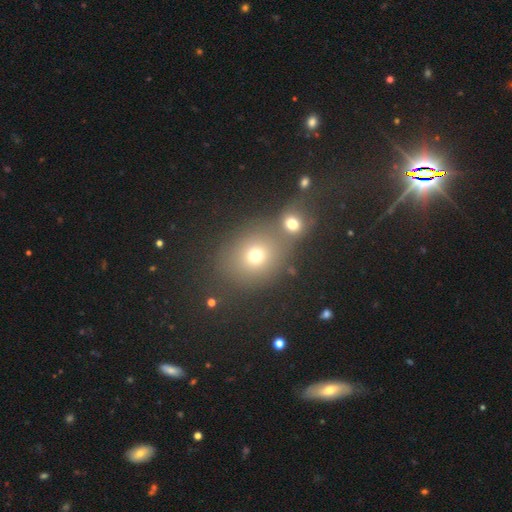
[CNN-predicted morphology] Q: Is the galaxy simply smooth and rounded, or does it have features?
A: smooth — 70%.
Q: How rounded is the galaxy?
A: round — 69%.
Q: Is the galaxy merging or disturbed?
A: none — 49%.